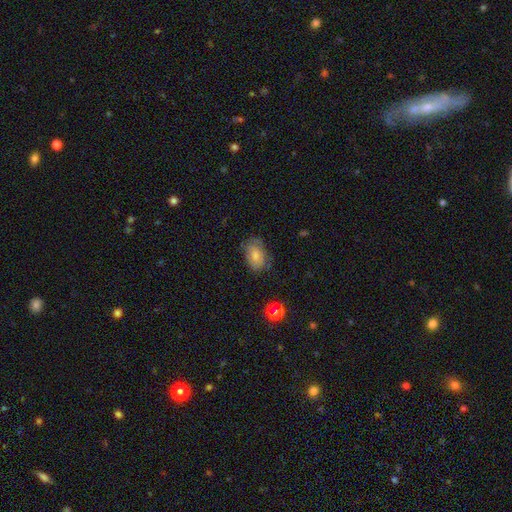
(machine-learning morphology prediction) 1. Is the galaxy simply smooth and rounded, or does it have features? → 74% smooth, 16% featured or disk, 10% star or artifact.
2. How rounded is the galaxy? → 84% in between, 15% round, 1% cigar-shaped.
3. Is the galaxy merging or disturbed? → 66% none, 25% minor disturbance, 8% major disturbance, 2% merger.